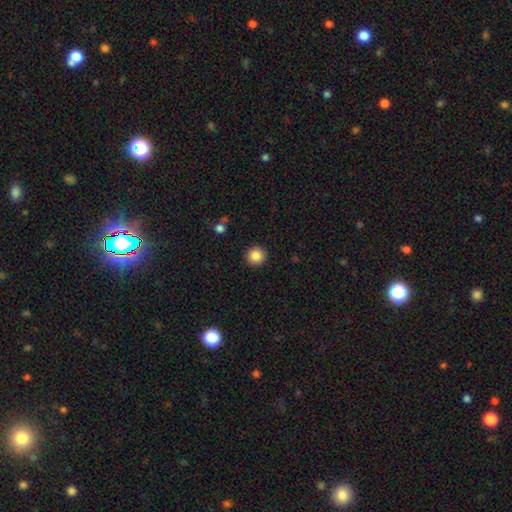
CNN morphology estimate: A smooth galaxy with no disk features (87%) that is round (95%). Merging: none (92%).